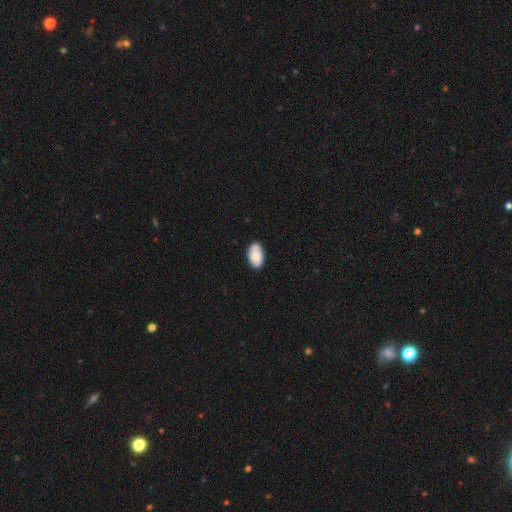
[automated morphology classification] smooth 84%, featured or disk 9%, star or artifact 6%. Down the decision tree: how rounded — in between (95%); merging — none (84%).